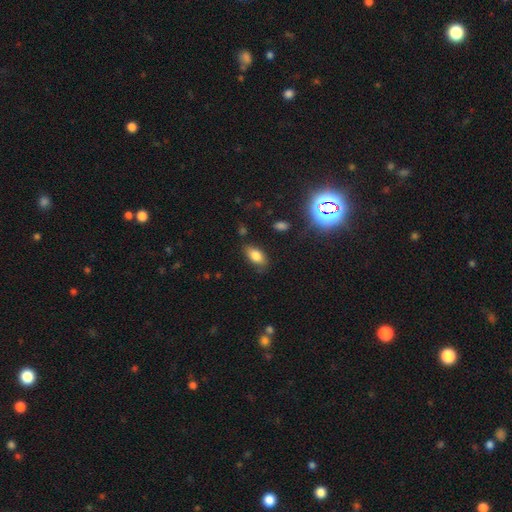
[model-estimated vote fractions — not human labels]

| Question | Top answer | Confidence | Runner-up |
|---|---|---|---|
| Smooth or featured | smooth | 79% | star or artifact (11%) |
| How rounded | in between | 88% | cigar-shaped (7%) |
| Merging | none | 78% | minor disturbance (16%) |